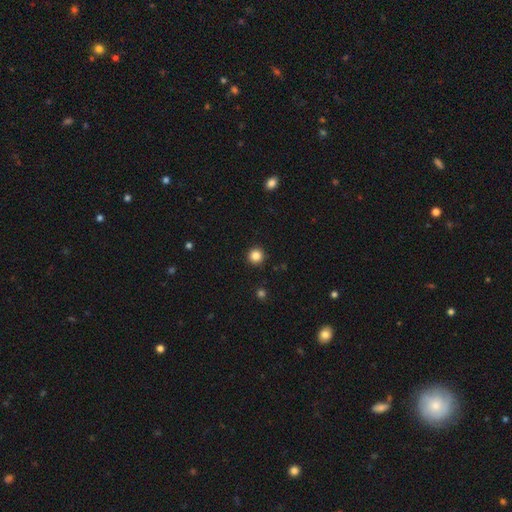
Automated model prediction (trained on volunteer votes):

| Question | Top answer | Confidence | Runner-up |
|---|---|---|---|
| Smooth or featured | smooth | 85% | star or artifact (11%) |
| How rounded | round | 96% | in between (3%) |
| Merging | none | 93% | minor disturbance (4%) |